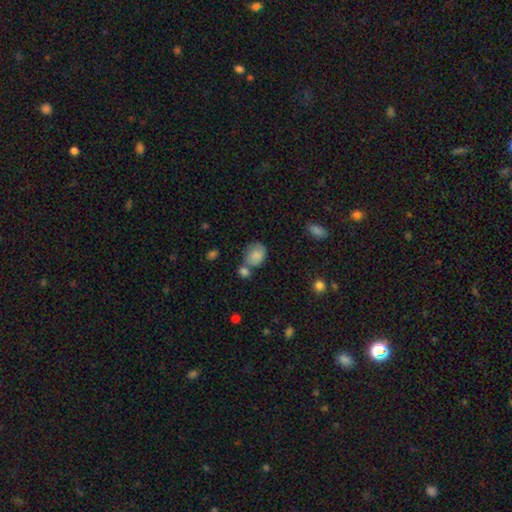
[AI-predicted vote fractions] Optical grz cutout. It shows a smooth galaxy with no disk features (79%) that is in between round and cigar-shaped (59%). Merging: none (42%).